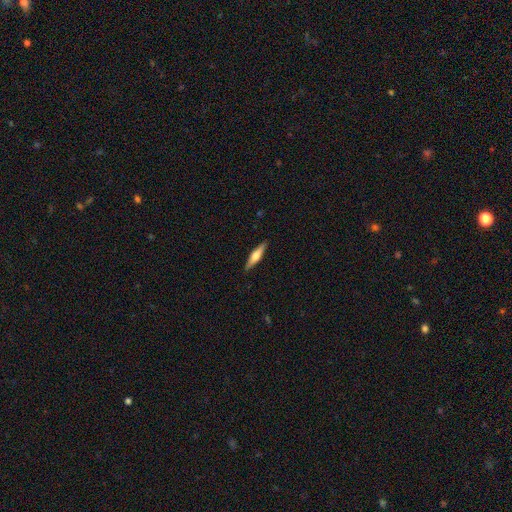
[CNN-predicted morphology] Overall: featured or disk (47%, tied with smooth). Merging: none (90%).